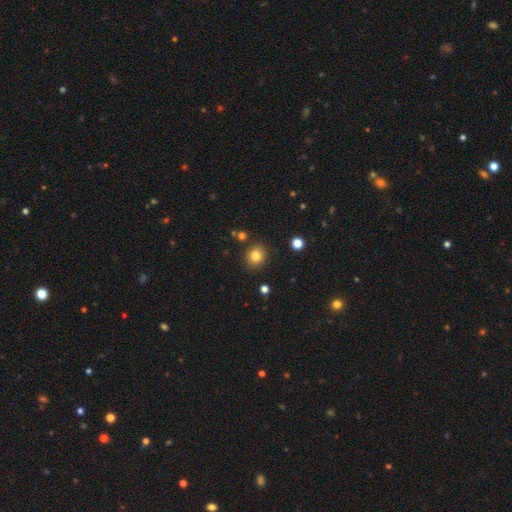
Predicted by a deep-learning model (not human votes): This is clearly a smooth galaxy (81%). How rounded: likely round (80%). Merging: clearly none (87%).